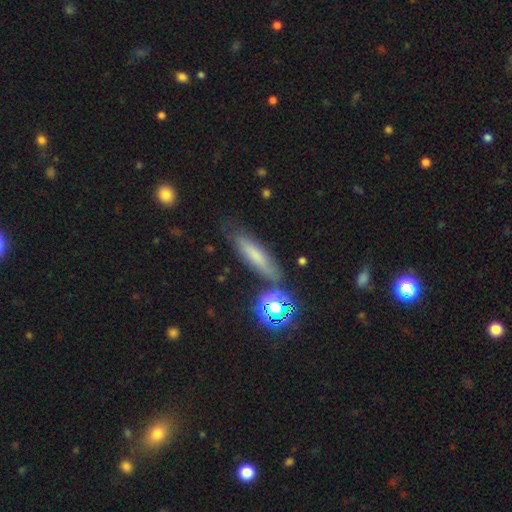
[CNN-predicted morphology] Smooth or featured? Predicted: smooth (p=0.63). How rounded? Predicted: cigar-shaped (p=0.73). Merging? Predicted: none (p=0.73).